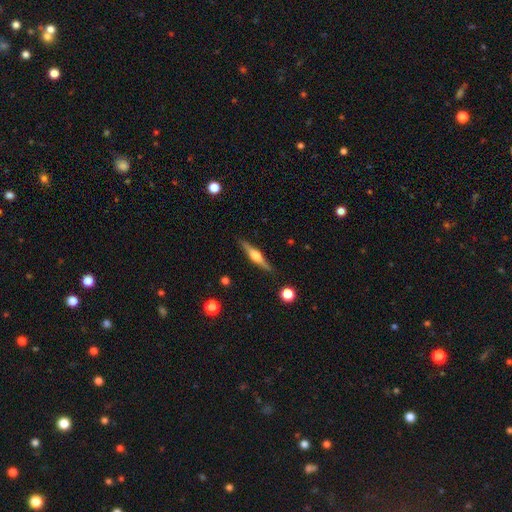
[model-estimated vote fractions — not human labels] featured or disk 73%, smooth 21%, star or artifact 6%. Down the decision tree: edge-on disk — yes (98%); edge-on bulge — rounded (91%); merging — none (89%).